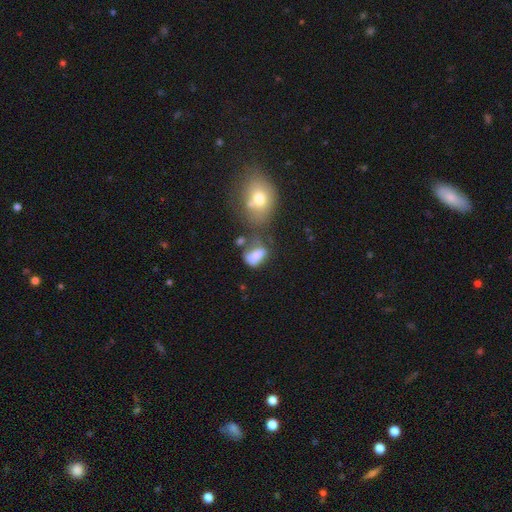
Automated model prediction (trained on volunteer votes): Smooth or featured? Predicted: smooth (p=0.73). How rounded? Predicted: in between (p=0.83). Merging? Predicted: none (p=0.29).